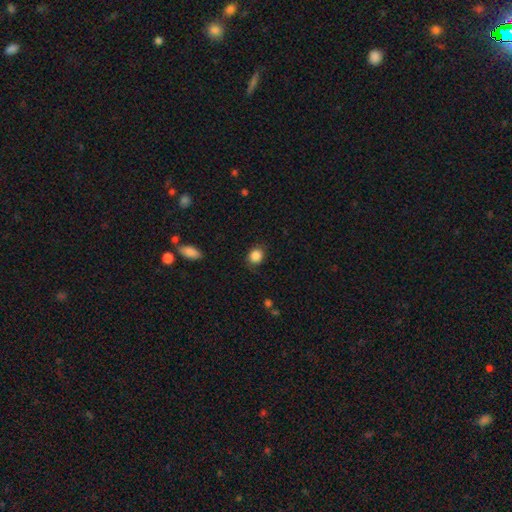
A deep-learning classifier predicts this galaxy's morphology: Smooth or featured?
  - smooth: 87% *
  - star or artifact: 9%
  - featured or disk: 4%
How rounded?
  - round: 69% *
  - in between: 29%
  - cigar-shaped: 1%
Merging?
  - none: 77% *
  - minor disturbance: 17%
  - major disturbance: 5%
  - merger: 1%